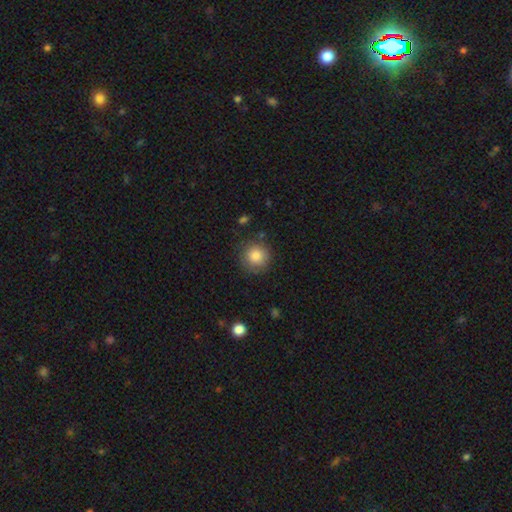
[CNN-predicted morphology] smooth_or_featured: smooth (p=0.84) [alt: star or artifact p=0.09]
how_rounded: round (p=0.94) [alt: in between p=0.05]
merging: none (p=0.83) [alt: minor disturbance p=0.11]